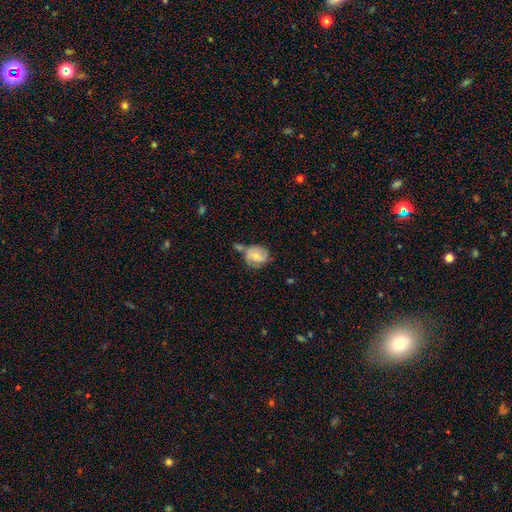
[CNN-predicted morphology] type=smooth (53%); roundness=round (66%); merging=none (41%).